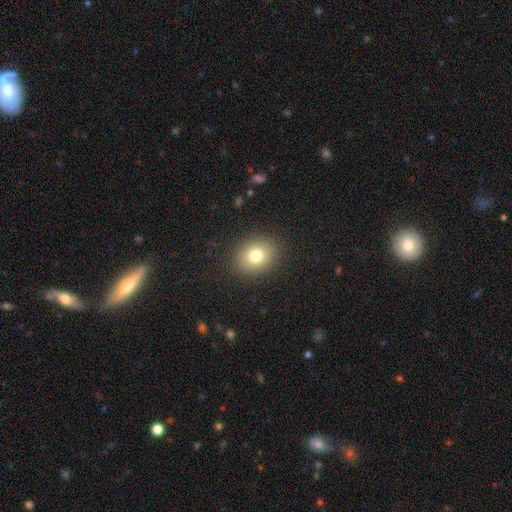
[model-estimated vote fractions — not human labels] This appears to be a smooth galaxy with no disk features (78%) that is round (51%). Merging: none (88%).